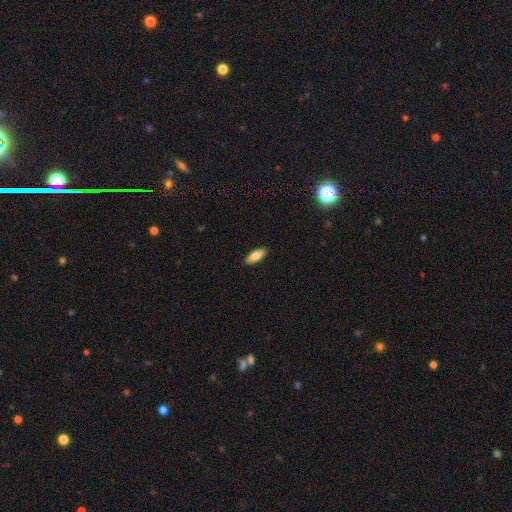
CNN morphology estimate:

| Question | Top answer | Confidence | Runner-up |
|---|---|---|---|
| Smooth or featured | smooth | 82% | featured or disk (12%) |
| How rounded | in between | 72% | cigar-shaped (26%) |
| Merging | none | 90% | minor disturbance (8%) |